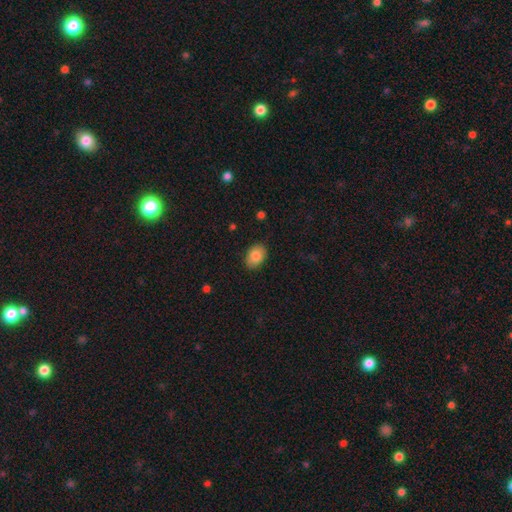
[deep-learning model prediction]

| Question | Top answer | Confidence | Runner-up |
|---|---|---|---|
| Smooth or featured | smooth | 85% | featured or disk (8%) |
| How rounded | in between | 81% | round (18%) |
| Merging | none | 86% | minor disturbance (10%) |